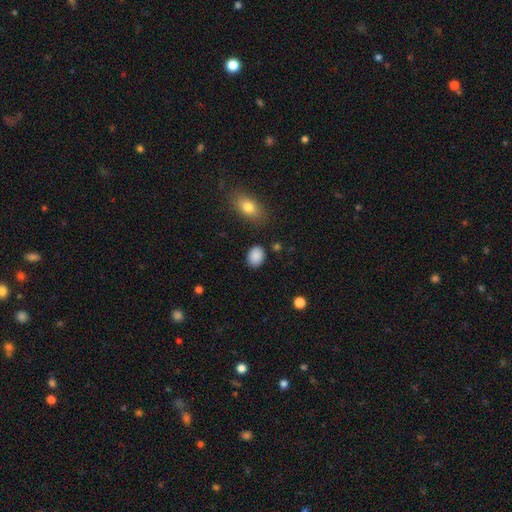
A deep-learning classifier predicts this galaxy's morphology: Smooth or featured? smooth (89%)
How rounded? in between (65%)
Merging? none (85%)